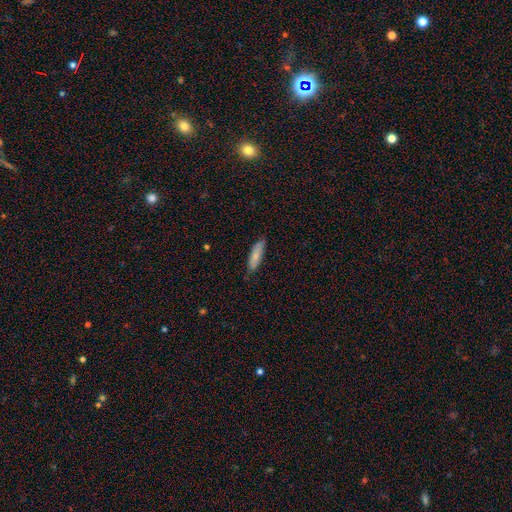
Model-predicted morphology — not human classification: Overall: smooth (79%). How rounded: cigar-shaped (60%; in between 39%). Merging: none (79%).